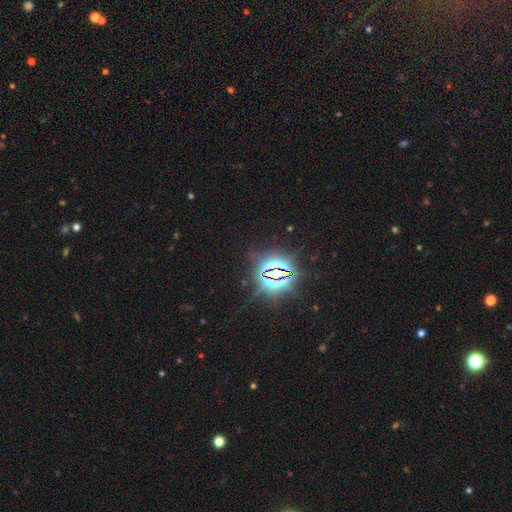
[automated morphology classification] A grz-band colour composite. It shows a star or artifact, not a galaxy (86%).